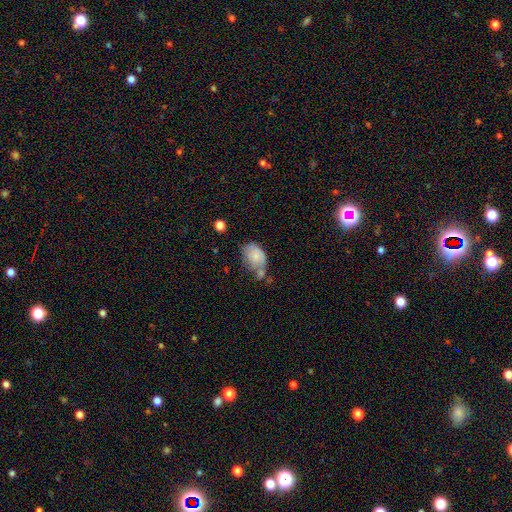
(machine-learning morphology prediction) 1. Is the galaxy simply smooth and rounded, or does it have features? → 75% smooth, 17% featured or disk, 8% star or artifact.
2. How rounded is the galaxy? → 82% in between, 17% round, 1% cigar-shaped.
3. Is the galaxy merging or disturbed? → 34% none, 30% minor disturbance, 23% merger, 14% major disturbance.